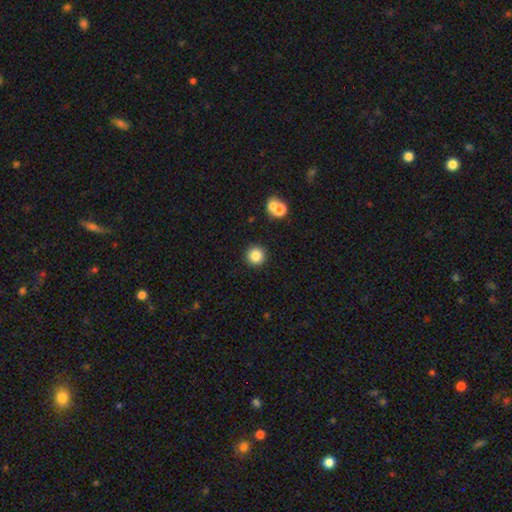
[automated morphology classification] Smooth or featured?
  - smooth: 84% *
  - star or artifact: 11%
  - featured or disk: 5%
How rounded?
  - round: 95% *
  - in between: 4%
  - cigar-shaped: 1%
Merging?
  - none: 89% *
  - minor disturbance: 5%
  - merger: 3%
  - major disturbance: 2%